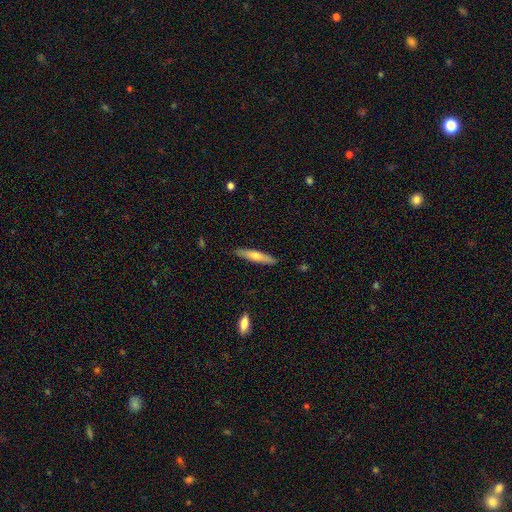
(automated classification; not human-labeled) smooth_or_featured: smooth (p=0.53) [alt: featured or disk p=0.40]
how_rounded: cigar-shaped (p=0.90) [alt: in between p=0.09]
merging: none (p=0.89) [alt: minor disturbance p=0.09]